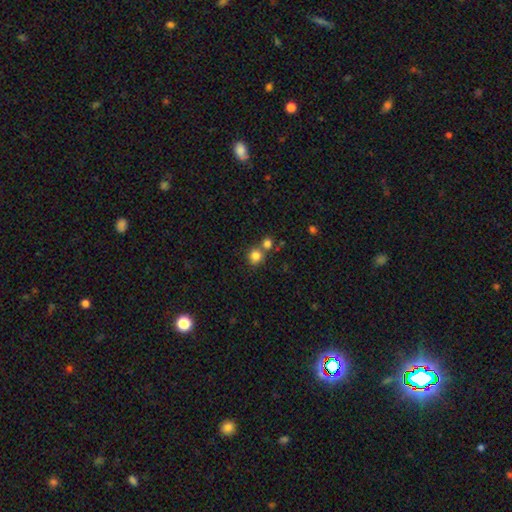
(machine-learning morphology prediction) Q: Smooth or featured?
A: smooth (82%); runner-up: star or artifact (12%)
Q: How rounded?
A: round (87%); runner-up: in between (12%)
Q: Merging?
A: none (60%); runner-up: merger (30%)